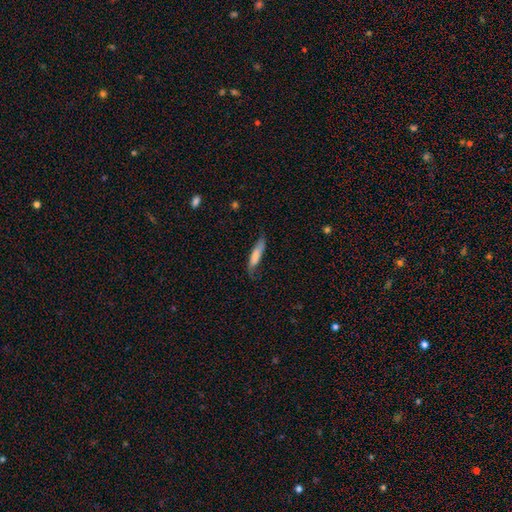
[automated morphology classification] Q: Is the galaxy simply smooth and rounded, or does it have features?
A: smooth — 71%.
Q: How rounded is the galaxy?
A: cigar-shaped — 76%.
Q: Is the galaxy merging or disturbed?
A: none — 58%.